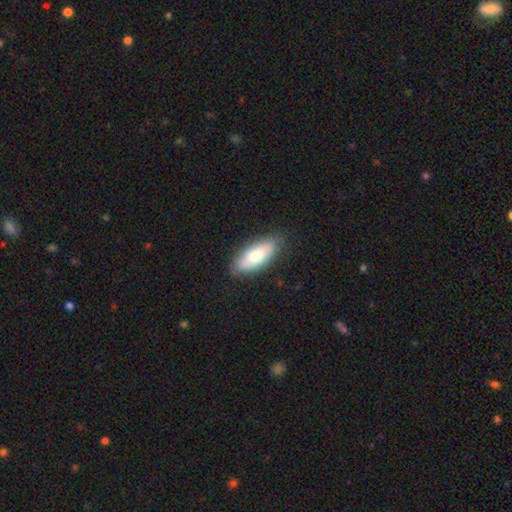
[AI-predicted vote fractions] This is likely a smooth galaxy (76%). How rounded: likely in between (79%). Merging: clearly none (82%).